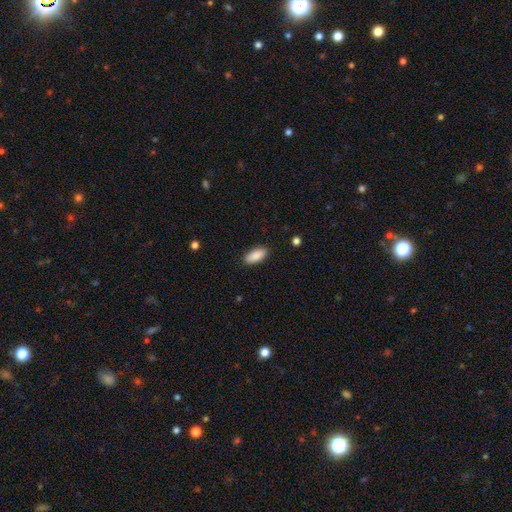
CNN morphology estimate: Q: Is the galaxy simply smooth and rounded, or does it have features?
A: smooth — 90%.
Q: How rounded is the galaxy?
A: in between — 89%.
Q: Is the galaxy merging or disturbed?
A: none — 89%.